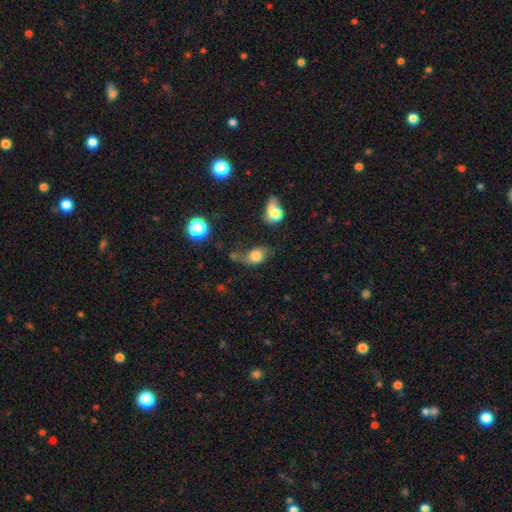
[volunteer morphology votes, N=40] This is likely a smooth galaxy (78%). How rounded: likely in between (74%). Merging: marginally minor disturbance (34%).